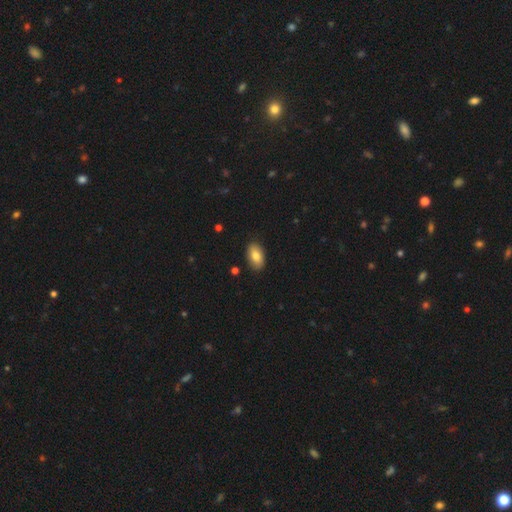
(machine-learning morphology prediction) smooth-or-featured: smooth: 81% | featured or disk: 12% | star or artifact: 7%
  how-rounded: in between: 93% | round: 5% | cigar-shaped: 2%
  merging: none: 88% | minor disturbance: 9% | major disturbance: 2% | merger: 1%